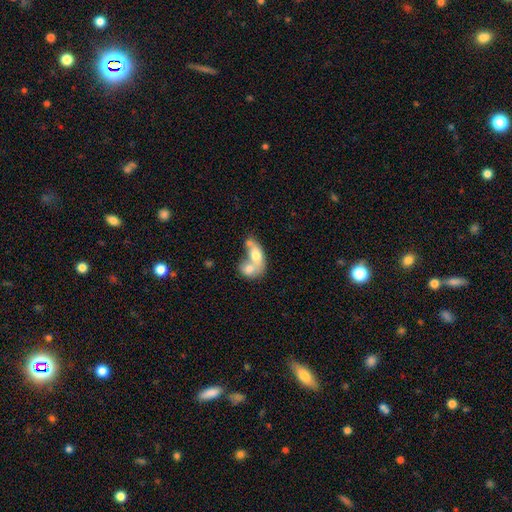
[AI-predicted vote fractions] Smooth or featured?
  - smooth: 65% *
  - featured or disk: 28%
  - star or artifact: 7%
How rounded?
  - in between: 77% *
  - round: 18%
  - cigar-shaped: 5%
Merging?
  - merger: 77% *
  - none: 12%
  - minor disturbance: 6%
  - major disturbance: 6%